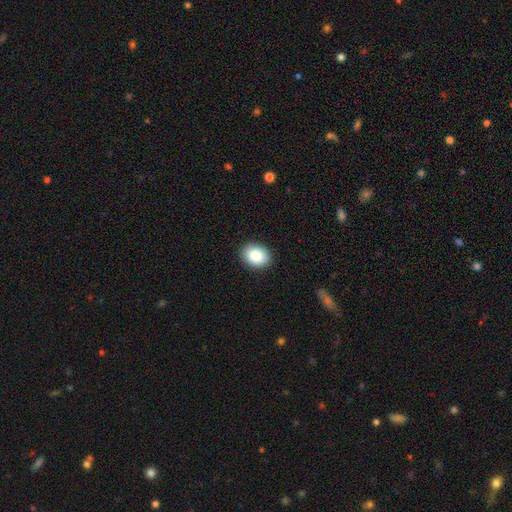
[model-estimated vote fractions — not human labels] A smooth galaxy with no disk features (85%) that is in between round and cigar-shaped (61%).

Vote fractions:
- Smooth or featured? smooth: 85% / star or artifact: 8% / featured or disk: 7%
- How rounded? in between: 61% / round: 39% / cigar-shaped: 1%
- Merging? none: 91% / minor disturbance: 7% / major disturbance: 2% / merger: 1%